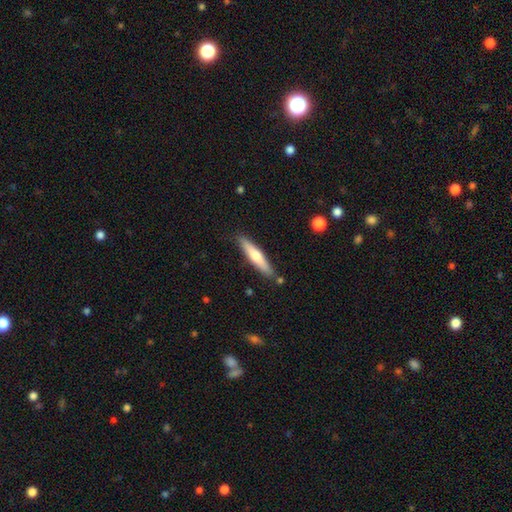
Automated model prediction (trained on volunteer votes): This appears to be a smooth galaxy with no disk features (55%) that is cigar-shaped (87%). Merging: none (85%).